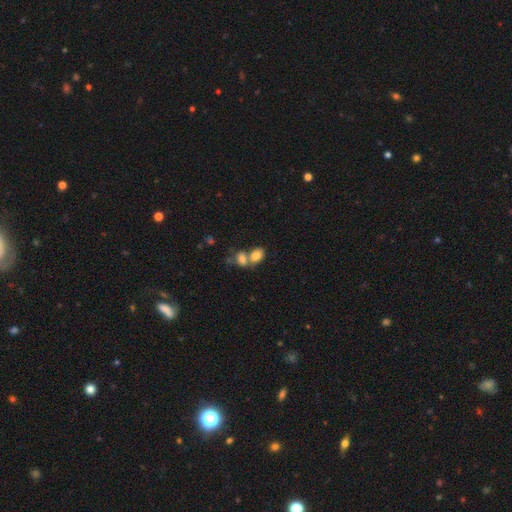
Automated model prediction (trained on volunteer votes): Smooth or featured? Predicted: smooth (p=0.79). How rounded? Predicted: in between (p=0.79). Merging? Predicted: merger (p=0.58).